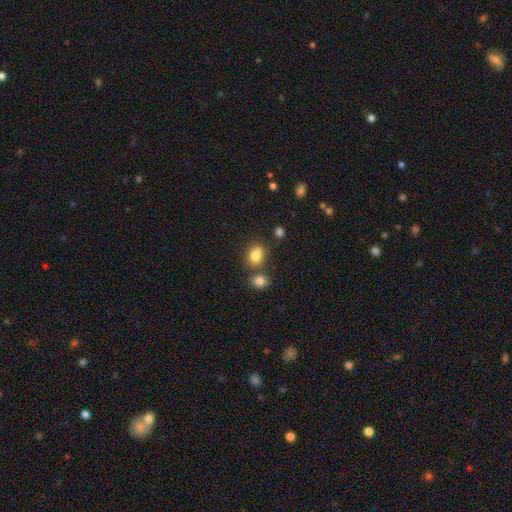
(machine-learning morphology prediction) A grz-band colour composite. It shows a smooth galaxy with no disk features (81%) that is round (53%). Merging: none (59%).